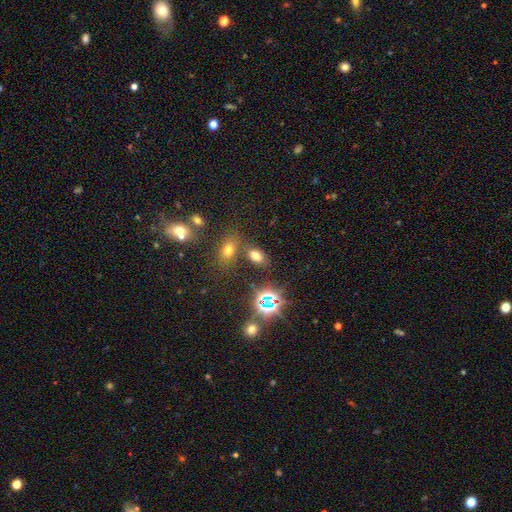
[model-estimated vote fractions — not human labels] smooth-or-featured: smooth: 63% | star or artifact: 28% | featured or disk: 10%
  how-rounded: in between: 86% | round: 11% | cigar-shaped: 2%
  merging: none: 71% | merger: 14% | minor disturbance: 11% | major disturbance: 4%